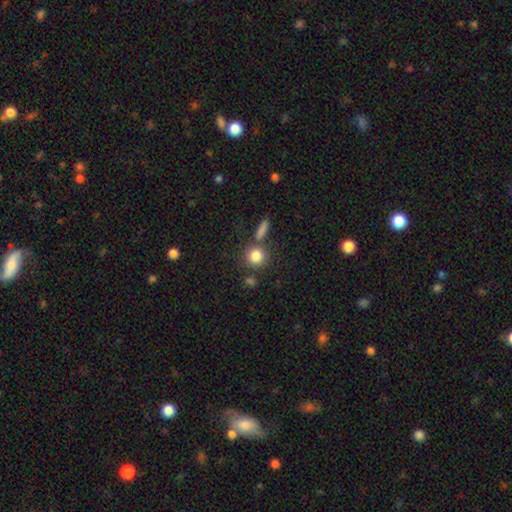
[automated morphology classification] A smooth galaxy with no disk features (84%) that is round (85%). Merging: none (70%).